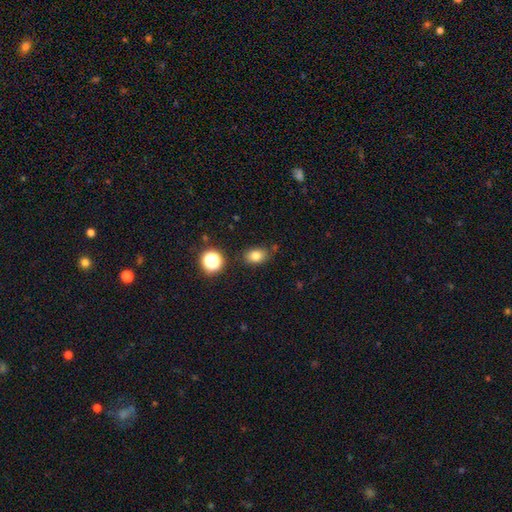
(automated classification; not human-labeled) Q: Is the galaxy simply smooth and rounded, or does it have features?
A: smooth — 79%.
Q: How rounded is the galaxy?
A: in between — 72%.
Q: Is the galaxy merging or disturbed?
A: none — 77%.